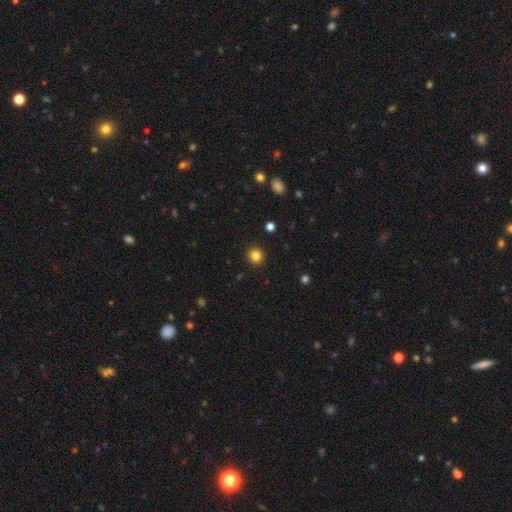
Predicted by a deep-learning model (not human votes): A smooth galaxy with no disk features (83%) that is round (93%). Merging: none (92%).